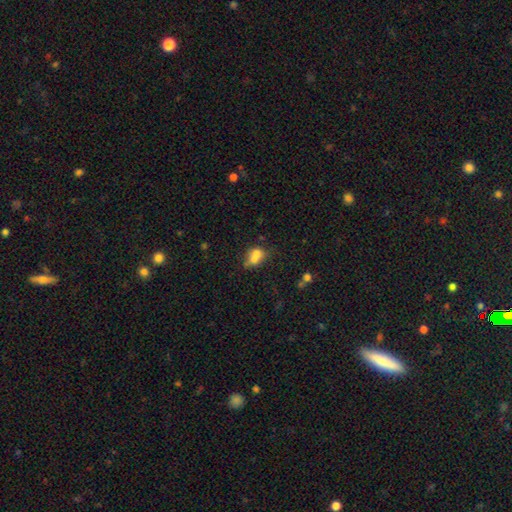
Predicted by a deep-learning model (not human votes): A smooth galaxy with no disk features (69%) that is in between round and cigar-shaped (52%).

Vote fractions:
- Smooth or featured? smooth: 69% / featured or disk: 19% / star or artifact: 12%
- How rounded? in between: 52% / round: 46% / cigar-shaped: 2%
- Merging? merger: 53% / none: 28% / minor disturbance: 12% / major disturbance: 7%